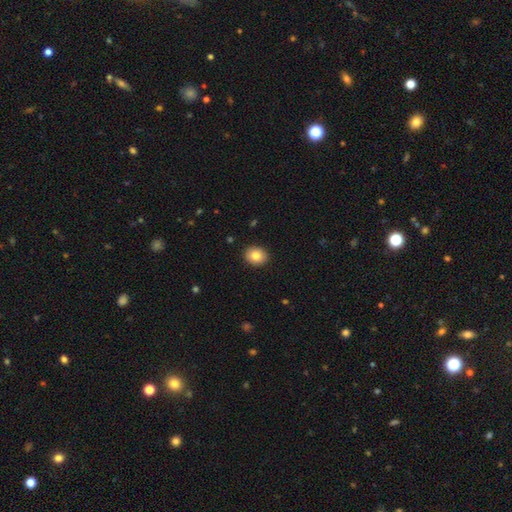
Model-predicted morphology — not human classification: Overall: smooth (83%). How rounded: round (60%; in between 40%). Merging: none (91%).